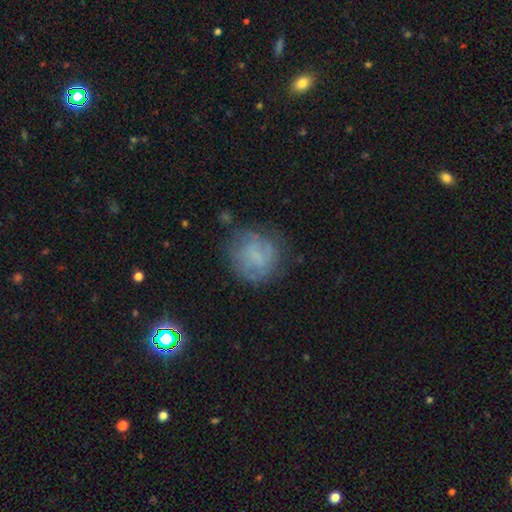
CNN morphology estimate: This appears to be a smooth galaxy with no disk features (45%). Merging: none (70%).